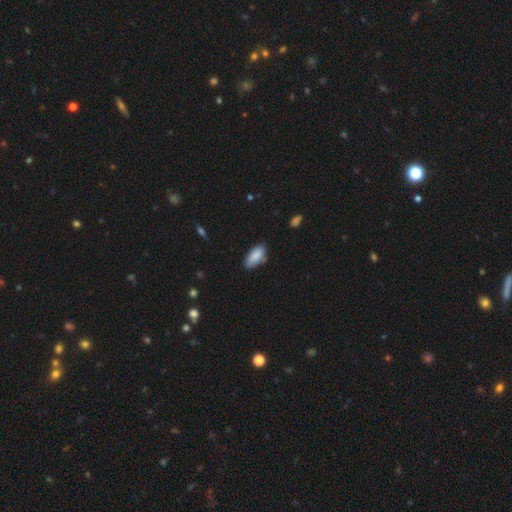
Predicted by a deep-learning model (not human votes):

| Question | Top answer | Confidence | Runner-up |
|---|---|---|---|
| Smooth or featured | smooth | 87% | star or artifact (7%) |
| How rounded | in between | 90% | cigar-shaped (8%) |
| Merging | none | 64% | minor disturbance (29%) |